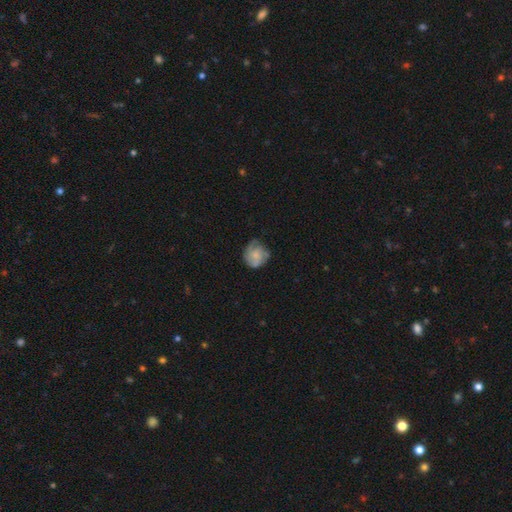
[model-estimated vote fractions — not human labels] smooth 47%, featured or disk 46%, star or artifact 7%. Down the decision tree: merging — none (62%).